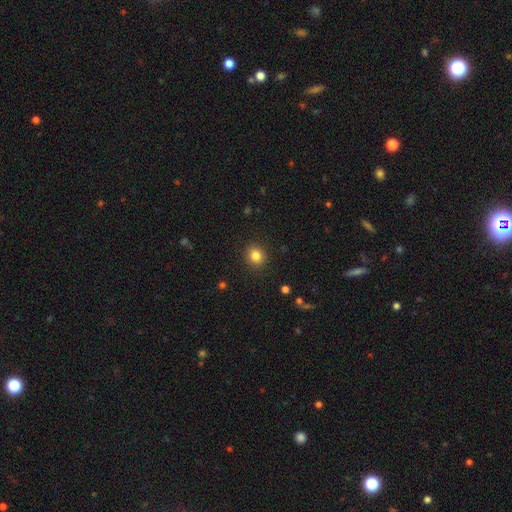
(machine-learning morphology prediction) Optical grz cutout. It shows a smooth galaxy with no disk features (83%) that is round (77%). Merging: none (90%).